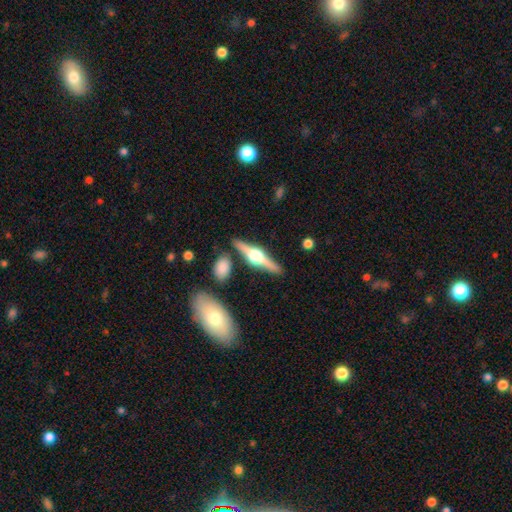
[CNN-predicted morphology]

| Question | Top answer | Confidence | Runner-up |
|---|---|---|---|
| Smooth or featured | featured or disk | 79% | smooth (16%) |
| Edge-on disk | yes | 97% | no (3%) |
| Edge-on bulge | rounded | 96% | boxy (3%) |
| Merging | none | 86% | minor disturbance (8%) |